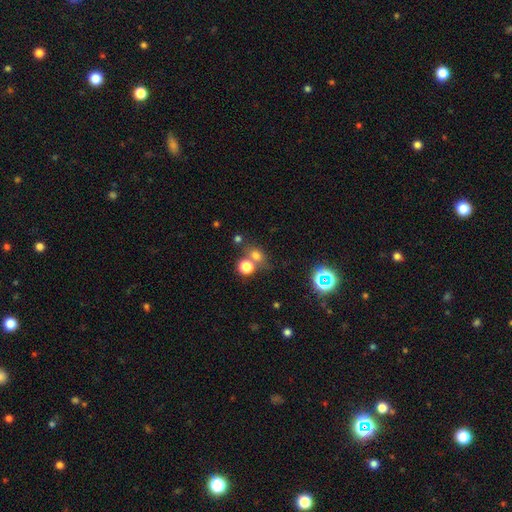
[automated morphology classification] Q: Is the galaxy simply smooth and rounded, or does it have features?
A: smooth — 68%.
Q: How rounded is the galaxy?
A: round — 62%.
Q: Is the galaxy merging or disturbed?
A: none — 56%.